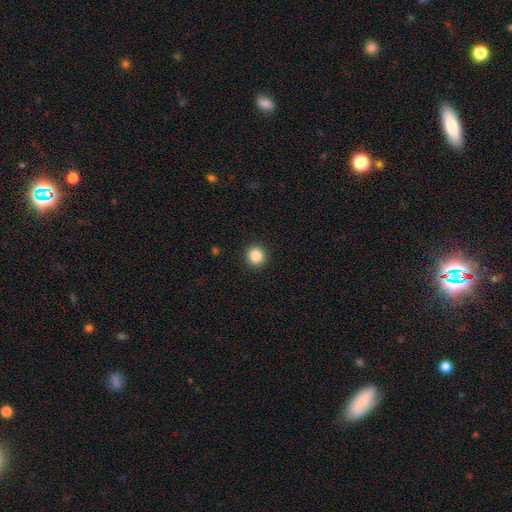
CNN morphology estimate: A smooth galaxy with no disk features (86%) that is round (93%).

Vote fractions:
- Smooth or featured? smooth: 86% / star or artifact: 10% / featured or disk: 4%
- How rounded? round: 93% / in between: 6% / cigar-shaped: 1%
- Merging? none: 92% / minor disturbance: 5% / major disturbance: 2% / merger: 1%